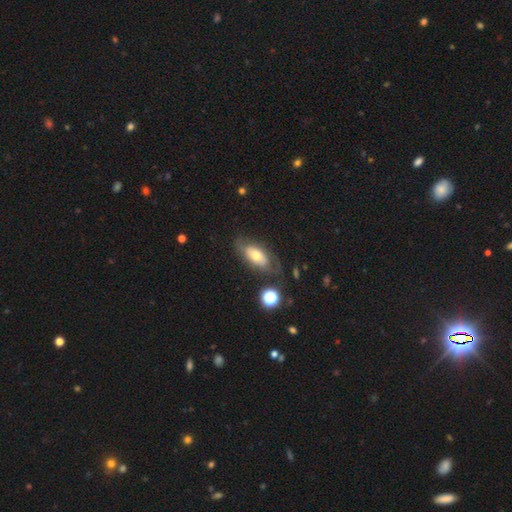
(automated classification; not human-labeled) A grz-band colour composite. It shows a smooth galaxy with no disk features (49%). Merging: none (62%).